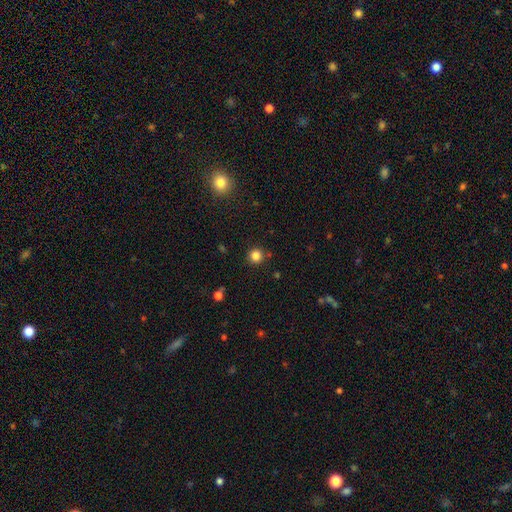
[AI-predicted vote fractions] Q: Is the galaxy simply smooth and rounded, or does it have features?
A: smooth — 83%.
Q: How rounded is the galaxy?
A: round — 94%.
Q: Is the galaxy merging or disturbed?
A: none — 88%.